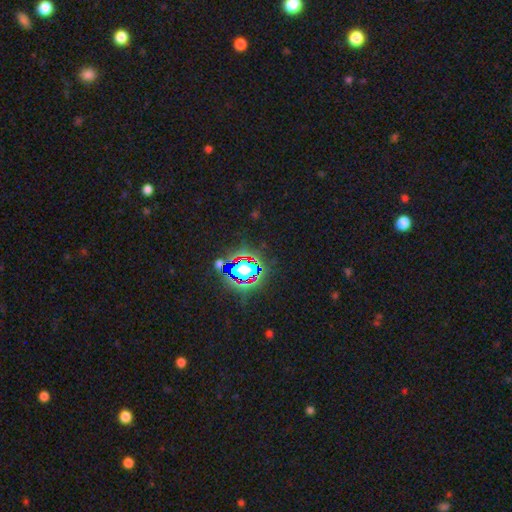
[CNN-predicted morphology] Smooth or featured?
  - star or artifact: 83% *
  - smooth: 10%
  - featured or disk: 7%